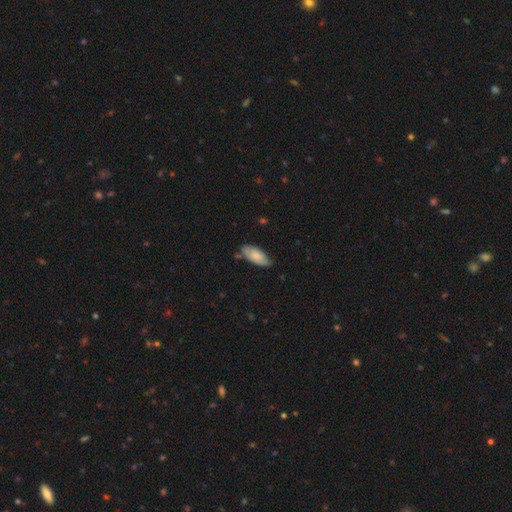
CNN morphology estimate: This is likely a smooth galaxy (76%). How rounded: clearly in between (89%). Merging: likely none (61%).